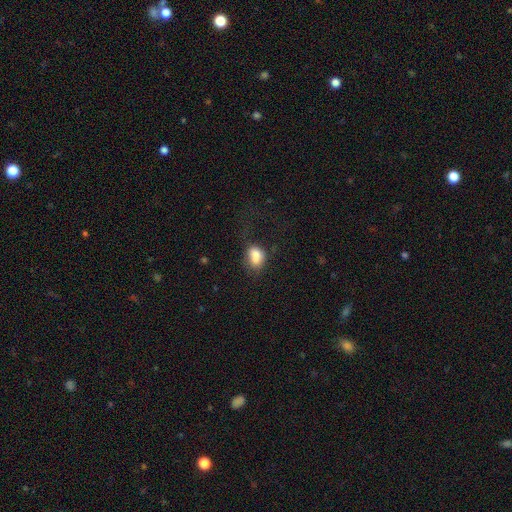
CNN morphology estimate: This is clearly a smooth galaxy (82%). How rounded: likely in between (74%). Merging: marginally none (44%).